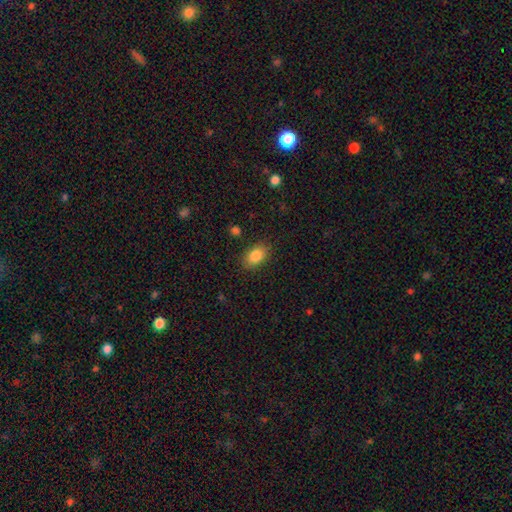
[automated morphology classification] A smooth galaxy with no disk features (86%) that is in between round and cigar-shaped (87%).

Vote fractions:
- Smooth or featured? smooth: 86% / star or artifact: 8% / featured or disk: 6%
- How rounded? in between: 87% / round: 11% / cigar-shaped: 2%
- Merging? none: 84% / minor disturbance: 11% / major disturbance: 3% / merger: 1%